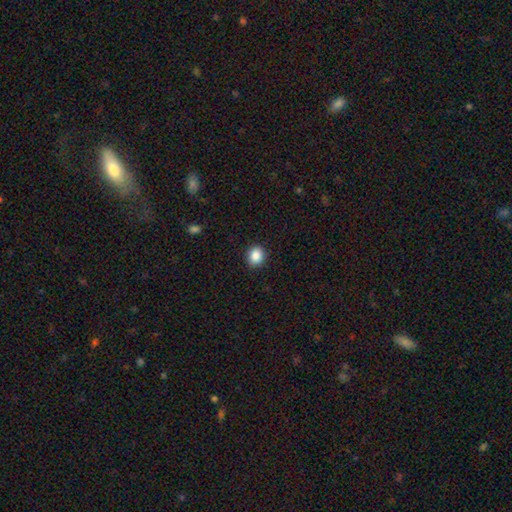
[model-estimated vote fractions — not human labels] A smooth galaxy with no disk features (87%) that is round (75%). Merging: none (91%).